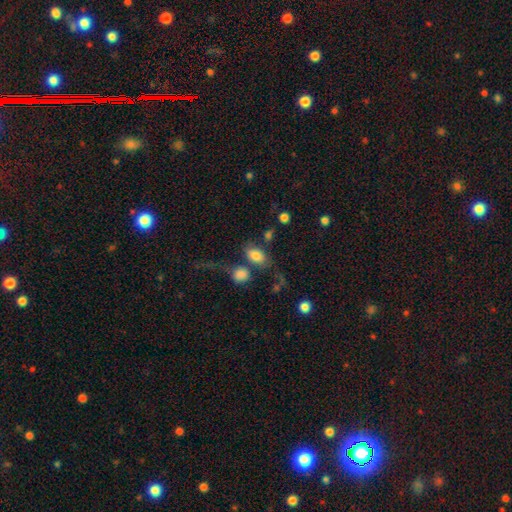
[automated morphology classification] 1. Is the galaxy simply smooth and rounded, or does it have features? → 79% smooth, 12% featured or disk, 9% star or artifact.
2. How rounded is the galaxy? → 86% in between, 12% round, 2% cigar-shaped.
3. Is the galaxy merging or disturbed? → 47% none, 23% merger, 15% minor disturbance, 15% major disturbance.